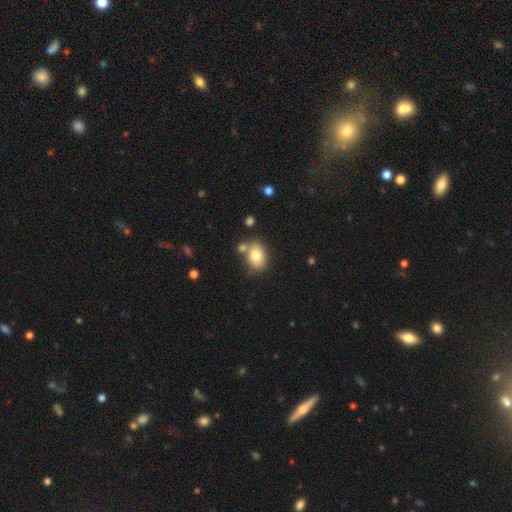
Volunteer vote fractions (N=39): A smooth galaxy with no disk features (90%) that is in between round and cigar-shaped (74%). Merging: none (53%).